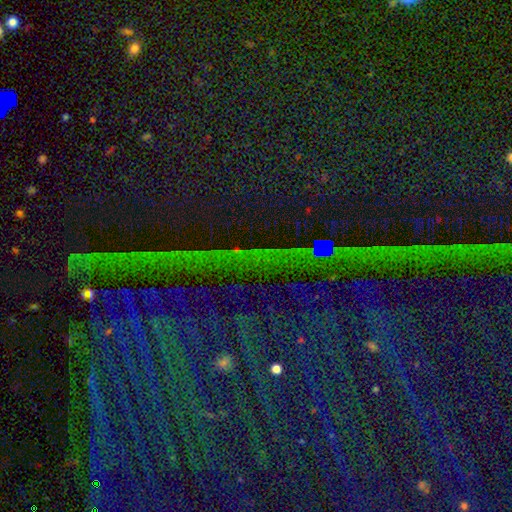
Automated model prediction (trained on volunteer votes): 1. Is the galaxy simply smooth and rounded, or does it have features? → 82% star or artifact, 10% smooth, 8% featured or disk.